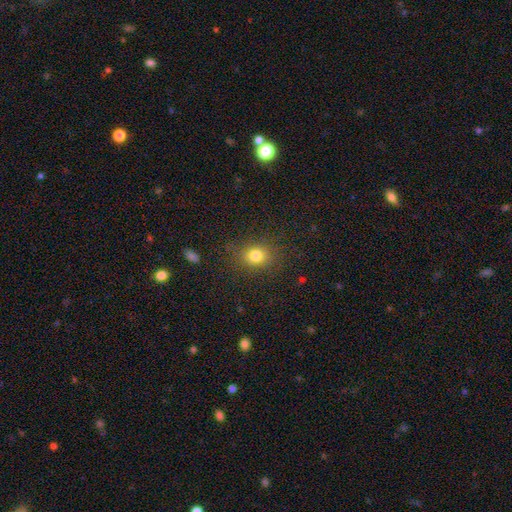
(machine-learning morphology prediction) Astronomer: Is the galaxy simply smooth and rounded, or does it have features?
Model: smooth — 79%.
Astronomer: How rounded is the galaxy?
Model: round — 66%.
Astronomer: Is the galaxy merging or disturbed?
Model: none — 84%.